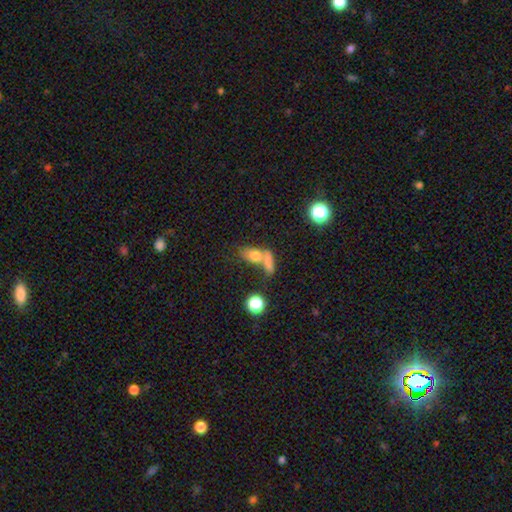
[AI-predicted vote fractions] Smooth or featured?
  - smooth: 71% *
  - featured or disk: 16%
  - star or artifact: 13%
How rounded?
  - in between: 65% *
  - round: 21%
  - cigar-shaped: 14%
Merging?
  - merger: 49% *
  - none: 33%
  - minor disturbance: 10%
  - major disturbance: 8%